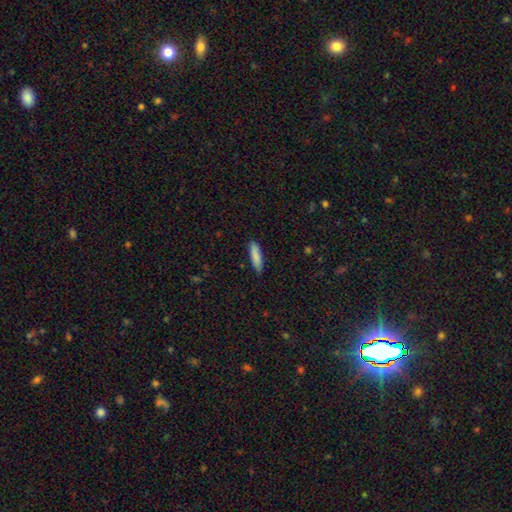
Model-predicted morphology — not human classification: Overall: smooth (85%). How rounded: cigar-shaped (76%). Merging: none (85%).